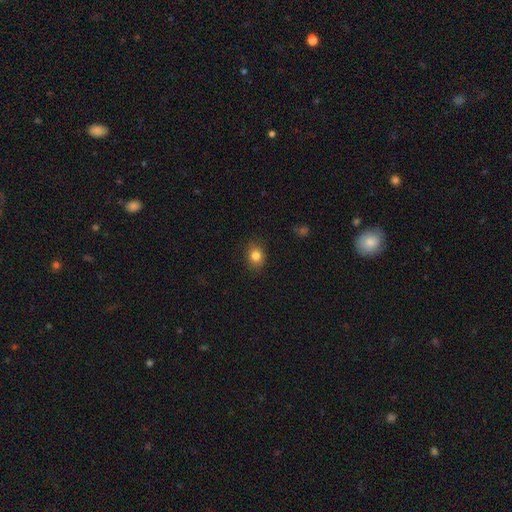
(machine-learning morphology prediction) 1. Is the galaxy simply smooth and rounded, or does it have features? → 82% smooth, 11% star or artifact, 7% featured or disk.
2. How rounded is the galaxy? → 56% round, 43% in between, 1% cigar-shaped.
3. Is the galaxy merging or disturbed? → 87% none, 10% minor disturbance, 2% major disturbance, 1% merger.